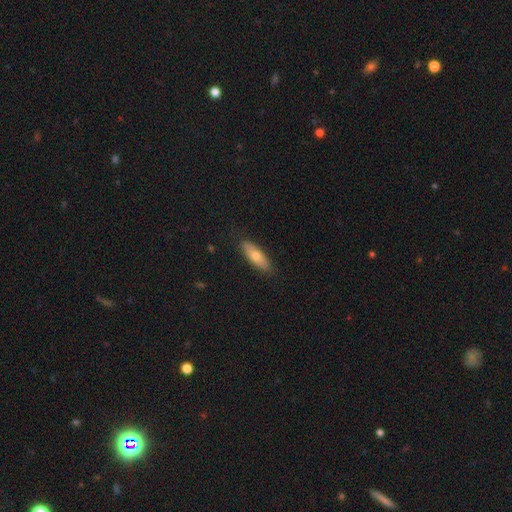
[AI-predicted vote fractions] Smooth or featured? Predicted: smooth (p=0.72). How rounded? Predicted: in between (p=0.61). Merging? Predicted: none (p=0.85).